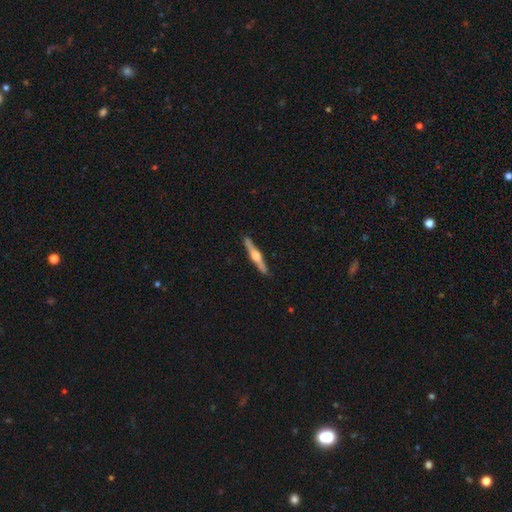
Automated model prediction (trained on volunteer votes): Smooth or featured?
  - featured or disk: 72% *
  - smooth: 23%
  - star or artifact: 5%
Edge-on disk?
  - yes: 98% *
  - no: 2%
Edge-on bulge?
  - rounded: 91% *
  - boxy: 6%
  - none: 3%
Merging?
  - none: 90% *
  - minor disturbance: 7%
  - major disturbance: 1%
  - merger: 1%